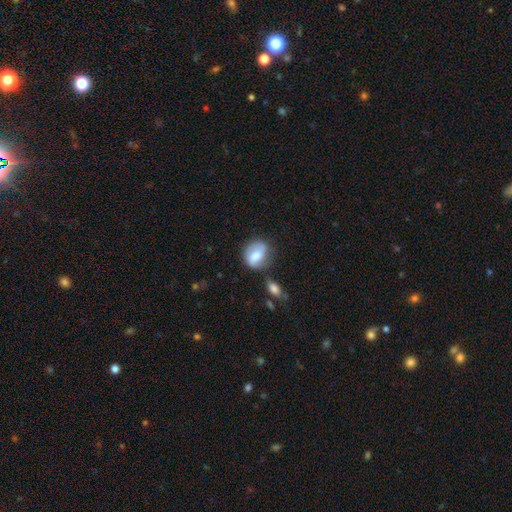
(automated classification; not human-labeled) Smooth or featured?
  - smooth: 59% *
  - featured or disk: 34%
  - star or artifact: 7%
How rounded?
  - round: 55% *
  - in between: 43%
  - cigar-shaped: 2%
Merging?
  - none: 57% *
  - minor disturbance: 25%
  - merger: 10%
  - major disturbance: 9%